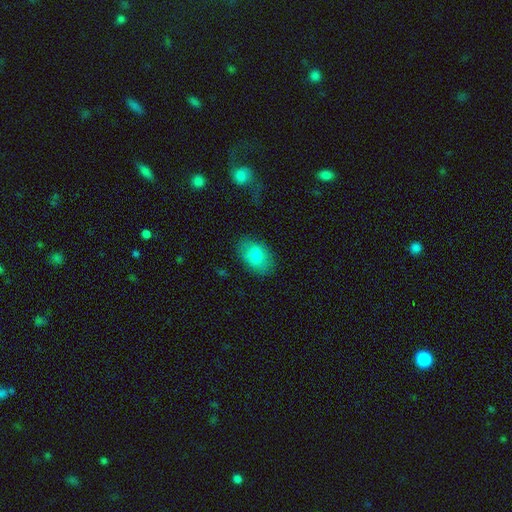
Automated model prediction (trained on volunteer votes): Q: Smooth or featured?
A: smooth (80%); runner-up: featured or disk (13%)
Q: How rounded?
A: in between (87%); runner-up: round (12%)
Q: Merging?
A: none (82%); runner-up: minor disturbance (13%)